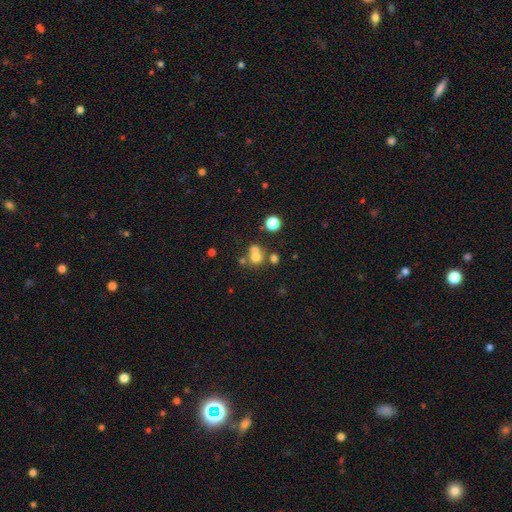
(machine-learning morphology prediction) Smooth or featured: smooth — 65% (star or artifact — 18%)
How rounded: round — 83% (in between — 16%)
Merging: merger — 46% (none — 43%)